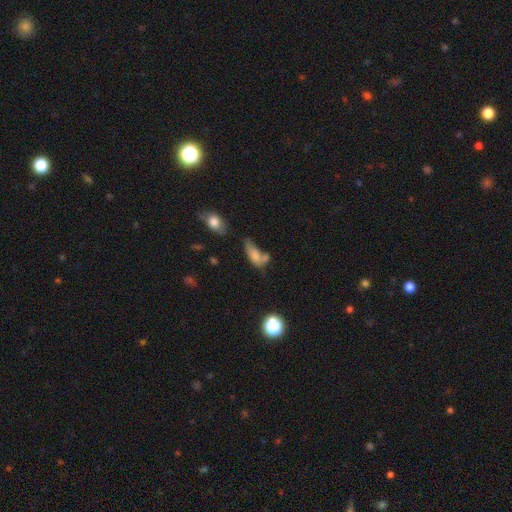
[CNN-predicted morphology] A smooth galaxy with no disk features (70%) that is in between round and cigar-shaped (78%).

Vote fractions:
- Smooth or featured? smooth: 70% / featured or disk: 17% / star or artifact: 13%
- How rounded? in between: 78% / cigar-shaped: 15% / round: 7%
- Merging? merger: 37% / none: 25% / minor disturbance: 20% / major disturbance: 19%